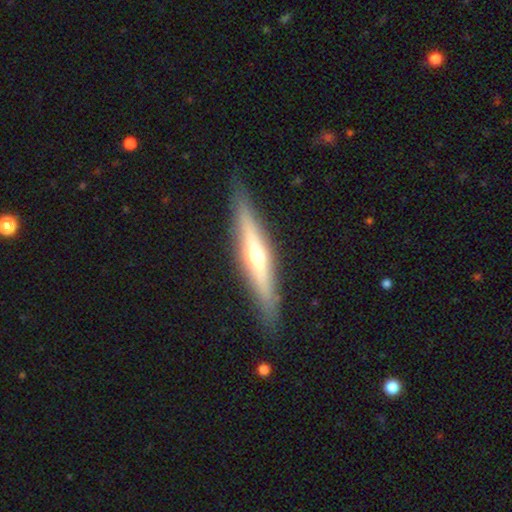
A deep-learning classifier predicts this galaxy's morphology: featured or disk 68%, smooth 26%, star or artifact 6%. Down the decision tree: edge-on disk — yes (95%); edge-on bulge — rounded (84%); merging — none (89%).